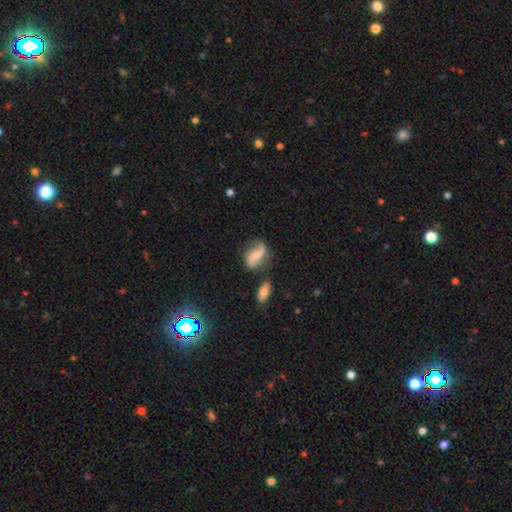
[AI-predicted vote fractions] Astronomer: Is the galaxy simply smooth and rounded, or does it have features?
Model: featured or disk — 63%.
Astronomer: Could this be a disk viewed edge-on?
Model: no — 95%.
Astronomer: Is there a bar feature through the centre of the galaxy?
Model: no — 43% (runner-up: weak, 35%).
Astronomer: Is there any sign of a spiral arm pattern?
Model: yes — 89%.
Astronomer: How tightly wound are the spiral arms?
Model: loose — 62%.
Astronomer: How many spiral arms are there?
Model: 2 — 82%.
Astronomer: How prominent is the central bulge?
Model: small — 47% (runner-up: moderate, 41%).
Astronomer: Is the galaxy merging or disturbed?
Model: none — 62%.